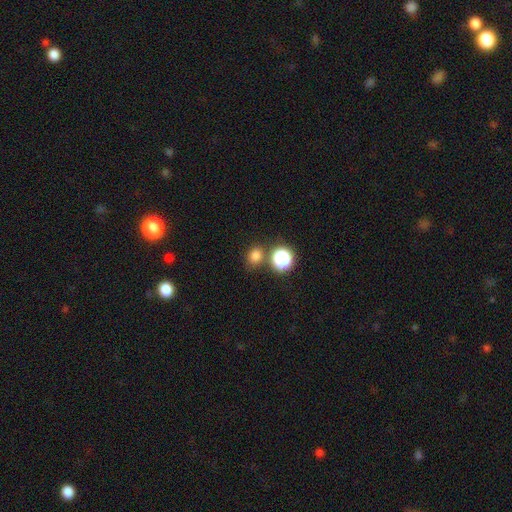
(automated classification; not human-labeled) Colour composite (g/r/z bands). It shows a smooth galaxy with no disk features (75%) that is round (67%). Merging: none (74%).